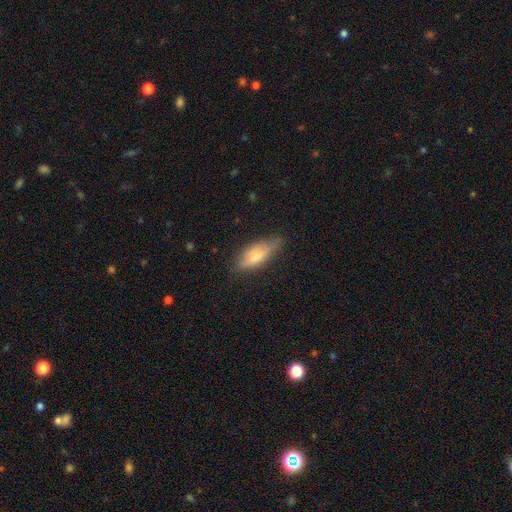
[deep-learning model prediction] This appears to be a smooth galaxy with no disk features (60%) that is in between round and cigar-shaped (64%). Merging: none (71%).